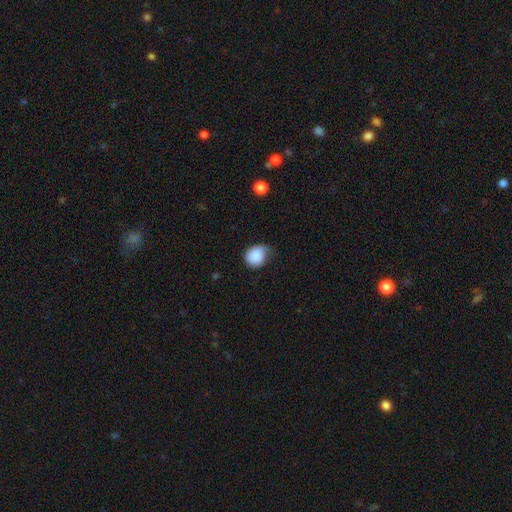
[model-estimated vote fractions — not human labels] smooth_or_featured: smooth (p=0.85) [alt: featured or disk p=0.08]
how_rounded: round (p=0.66) [alt: in between p=0.33]
merging: minor disturbance (p=0.44) [alt: none p=0.41]